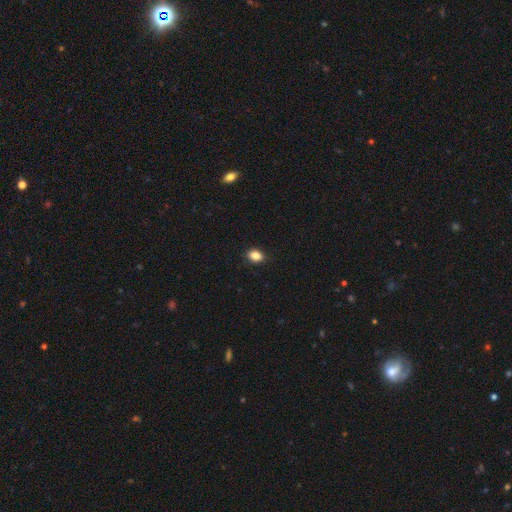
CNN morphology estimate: This is clearly a smooth galaxy (85%). How rounded: likely in between (69%). Merging: clearly none (88%).